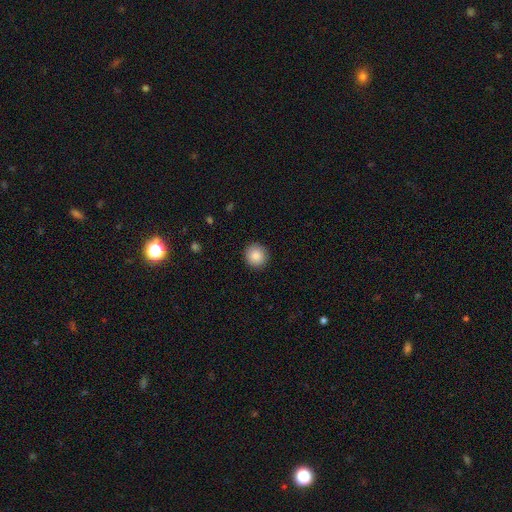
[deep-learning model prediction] Smooth or featured? smooth (87%)
How rounded? round (93%)
Merging? none (92%)